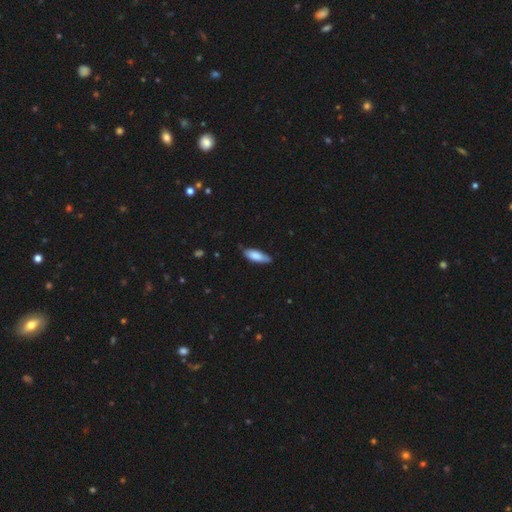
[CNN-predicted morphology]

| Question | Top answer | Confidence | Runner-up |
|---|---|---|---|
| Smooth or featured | smooth | 81% | featured or disk (14%) |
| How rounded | in between | 64% | cigar-shaped (34%) |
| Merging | none | 71% | minor disturbance (24%) |